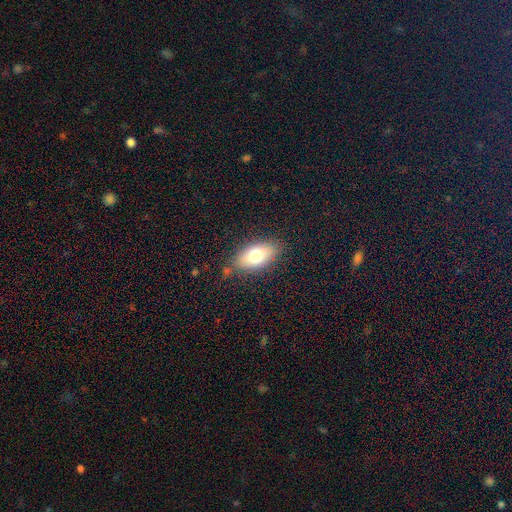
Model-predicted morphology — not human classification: Smooth or featured? smooth (73%)
How rounded? in between (88%)
Merging? none (79%)